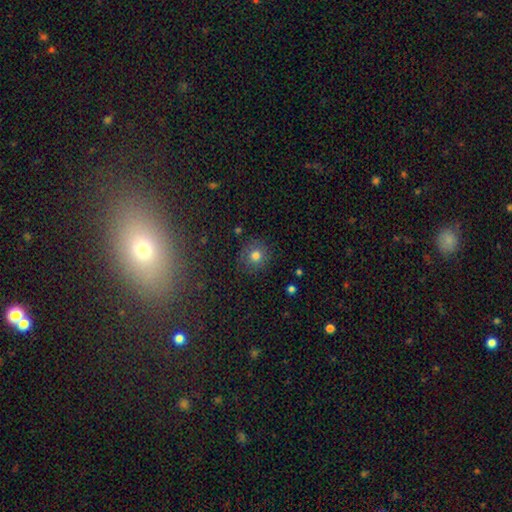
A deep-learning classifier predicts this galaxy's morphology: Smooth or featured? Predicted: smooth (p=0.74). How rounded? Predicted: round (p=0.91). Merging? Predicted: none (p=0.85).